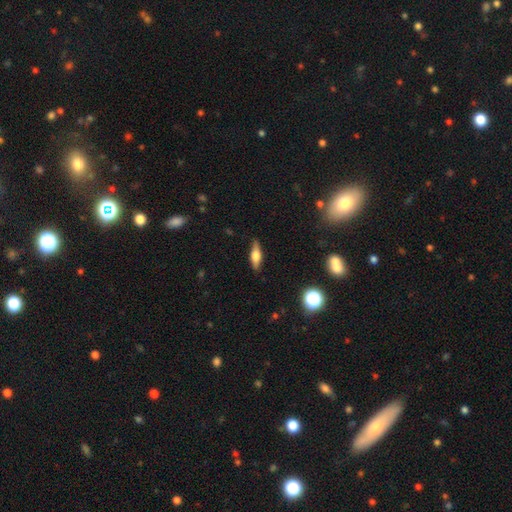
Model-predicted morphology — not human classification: Smooth or featured: smooth — 50% (featured or disk — 43%)
Merging: none — 86% (minor disturbance — 10%)